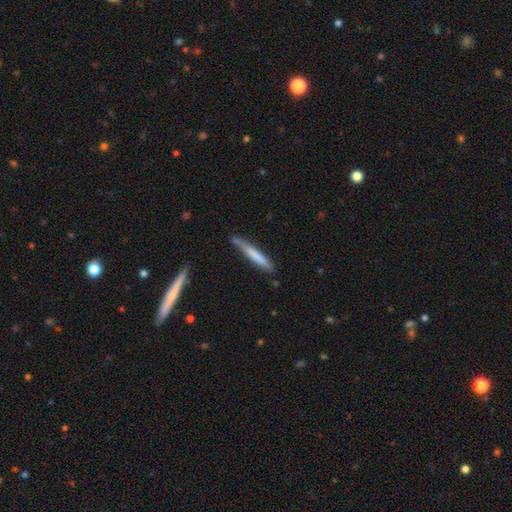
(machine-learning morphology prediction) Smooth or featured: smooth — 67% (featured or disk — 28%)
How rounded: cigar-shaped — 95% (in between — 4%)
Merging: none — 74% (minor disturbance — 19%)